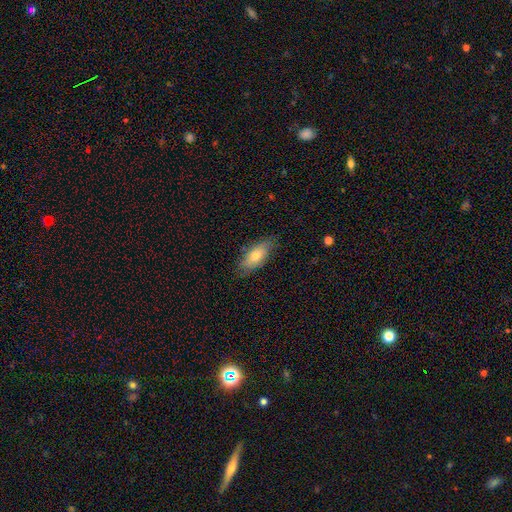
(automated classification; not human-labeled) Smooth or featured? Predicted: smooth (p=0.71). How rounded? Predicted: in between (p=0.80). Merging? Predicted: none (p=0.79).